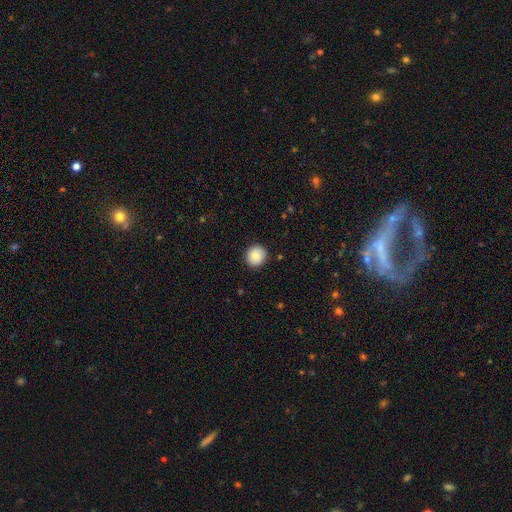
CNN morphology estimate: Smooth or featured? Predicted: smooth (p=0.86). How rounded? Predicted: round (p=0.87). Merging? Predicted: none (p=0.90).